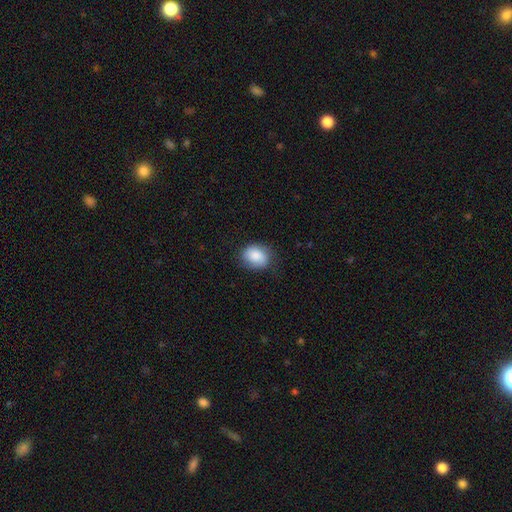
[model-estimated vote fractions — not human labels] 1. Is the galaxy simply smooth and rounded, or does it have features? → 82% smooth, 11% featured or disk, 7% star or artifact.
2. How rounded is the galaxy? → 55% in between, 44% round, 1% cigar-shaped.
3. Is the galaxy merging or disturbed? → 71% none, 22% minor disturbance, 6% major disturbance, 1% merger.